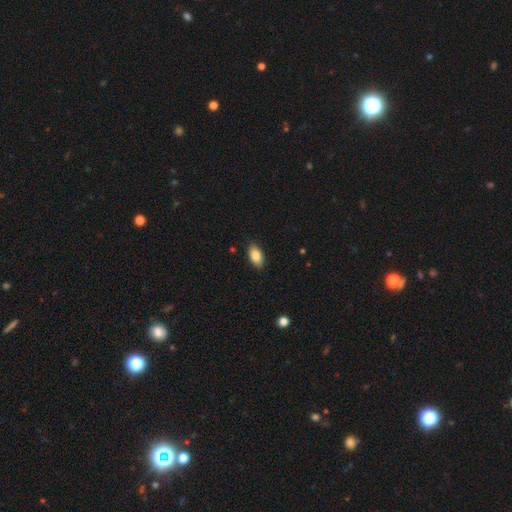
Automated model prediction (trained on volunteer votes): Smooth or featured? smooth (83%)
How rounded? in between (93%)
Merging? none (88%)